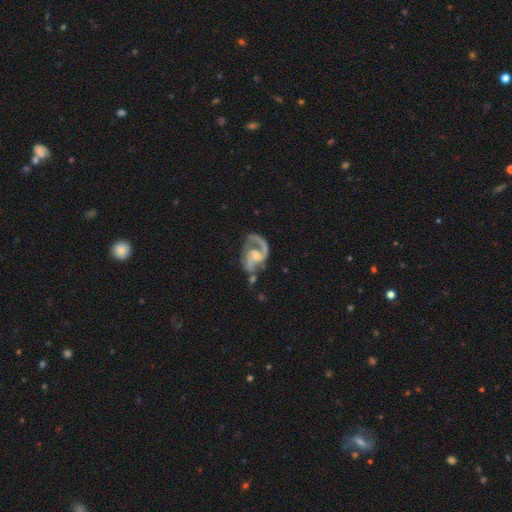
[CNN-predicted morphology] Q: Smooth or featured?
A: featured or disk (89%); runner-up: smooth (6%)
Q: Edge-on disk?
A: no (98%); runner-up: yes (2%)
Q: Bar?
A: no (44%); runner-up: weak (43%)
Q: Spiral arms?
A: yes (96%); runner-up: no (4%)
Q: Spiral winding?
A: medium (55%); runner-up: loose (26%)
Q: Spiral arm count?
A: 2 (80%); runner-up: 1 (14%)
Q: Bulge size?
A: small (48%); runner-up: moderate (40%)
Q: Merging?
A: none (49%); runner-up: minor disturbance (21%)